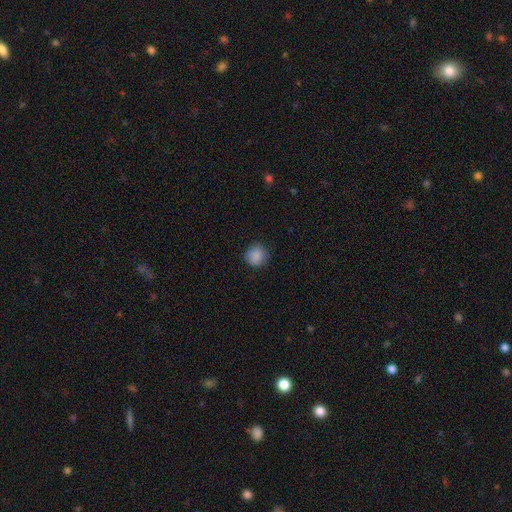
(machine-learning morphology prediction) Smooth or featured?
  - smooth: 87% *
  - star or artifact: 9%
  - featured or disk: 4%
How rounded?
  - round: 90% *
  - in between: 9%
  - cigar-shaped: 1%
Merging?
  - none: 84% *
  - minor disturbance: 12%
  - major disturbance: 3%
  - merger: 1%